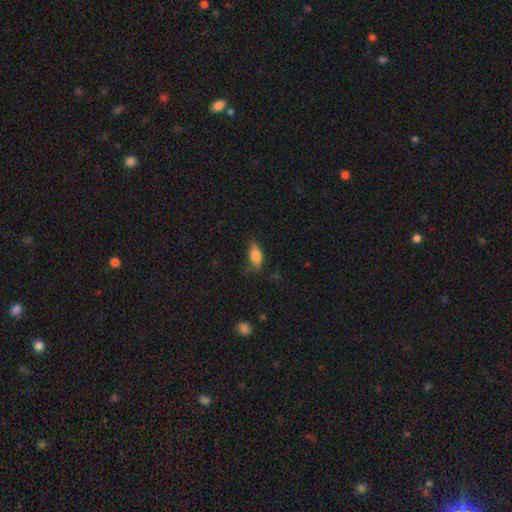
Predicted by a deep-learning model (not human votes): Smooth or featured? smooth (83%)
How rounded? in between (84%)
Merging? none (69%)